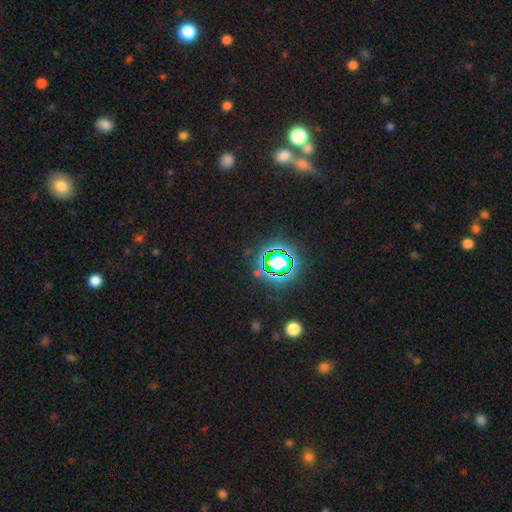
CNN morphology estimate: star or artifact 78%, smooth 15%, featured or disk 7%.